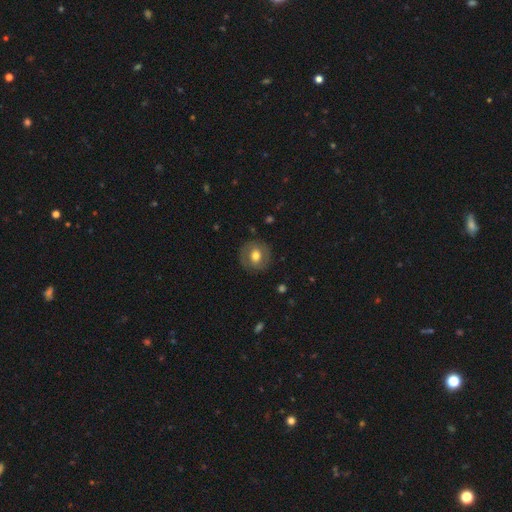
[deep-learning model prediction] Smooth or featured: smooth — 57% (featured or disk — 35%)
How rounded: round — 87% (in between — 12%)
Merging: none — 85% (minor disturbance — 10%)